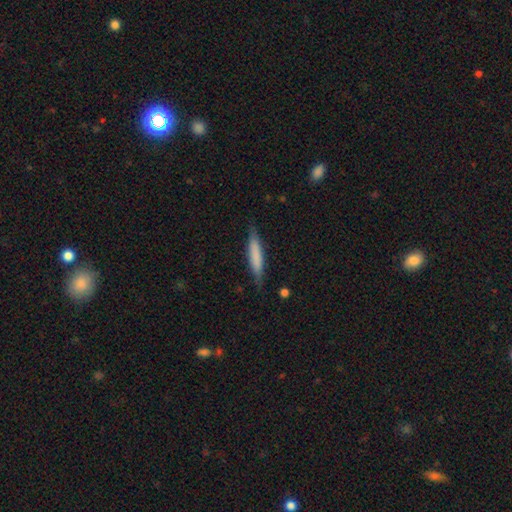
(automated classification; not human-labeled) This is likely a smooth galaxy (72%). How rounded: clearly cigar-shaped (89%). Merging: clearly none (83%).